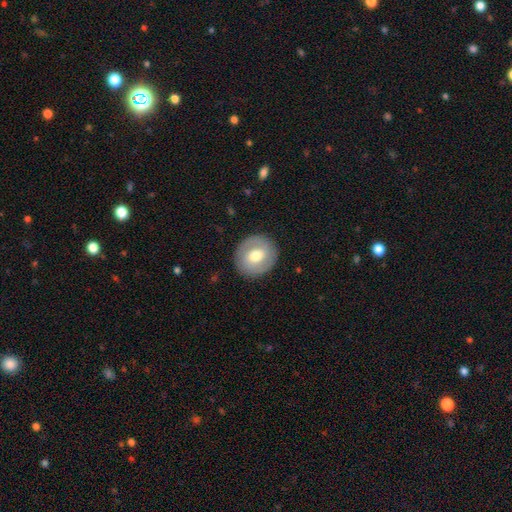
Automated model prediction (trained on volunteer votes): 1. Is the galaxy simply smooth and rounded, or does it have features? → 49% smooth, 45% featured or disk, 6% star or artifact.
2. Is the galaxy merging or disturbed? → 89% none, 8% minor disturbance, 3% major disturbance, 1% merger.